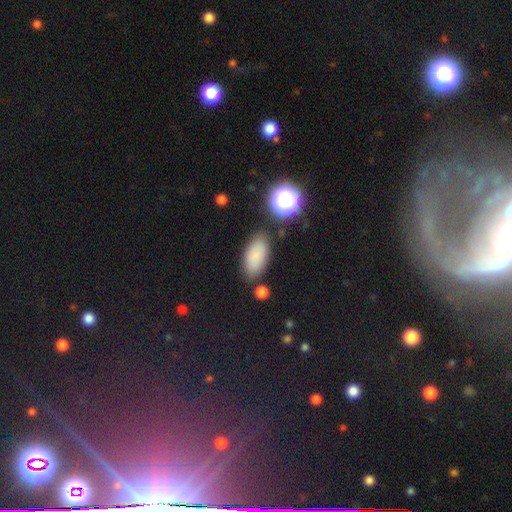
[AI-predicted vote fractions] smooth 83%, star or artifact 10%, featured or disk 7%. Down the decision tree: how rounded — in between (90%); merging — none (80%).